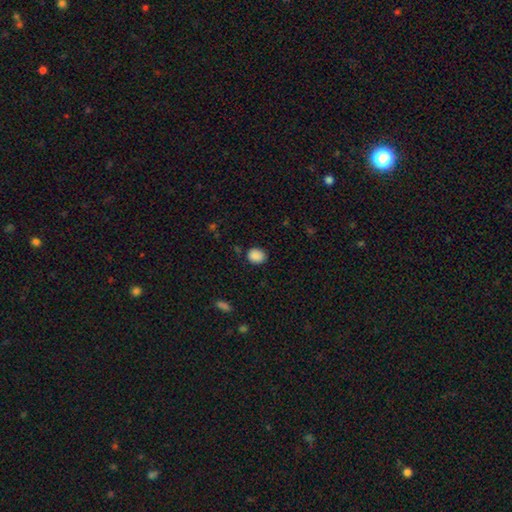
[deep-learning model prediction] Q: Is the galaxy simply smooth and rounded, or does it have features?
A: smooth — 88%.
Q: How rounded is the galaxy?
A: round — 61%.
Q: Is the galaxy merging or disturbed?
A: none — 81%.